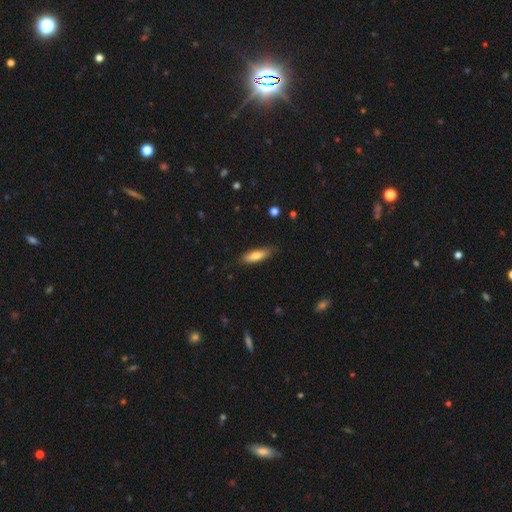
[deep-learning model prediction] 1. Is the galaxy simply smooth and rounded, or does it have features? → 77% smooth, 17% featured or disk, 6% star or artifact.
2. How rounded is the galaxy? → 50% cigar-shaped, 48% in between, 2% round.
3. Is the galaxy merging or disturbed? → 81% none, 15% minor disturbance, 3% major disturbance, 1% merger.